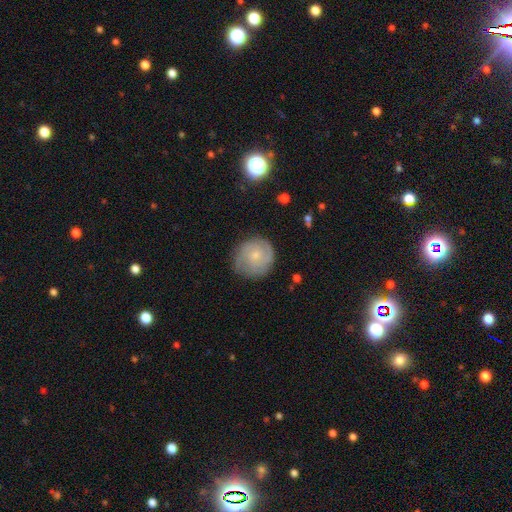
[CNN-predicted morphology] smooth-or-featured: featured or disk: 55% | smooth: 37% | star or artifact: 8%
  disk-edge-on: no: 97% | yes: 3%
    bar: no: 77% | weak: 20% | strong: 3%
    has-spiral-arms: yes: 85% | no: 15%
    bulge-size: small: 72% | moderate: 22% | none: 3% | large: 1% | dominant: 1%
  merging: none: 76% | minor disturbance: 17% | major disturbance: 5% | merger: 1%